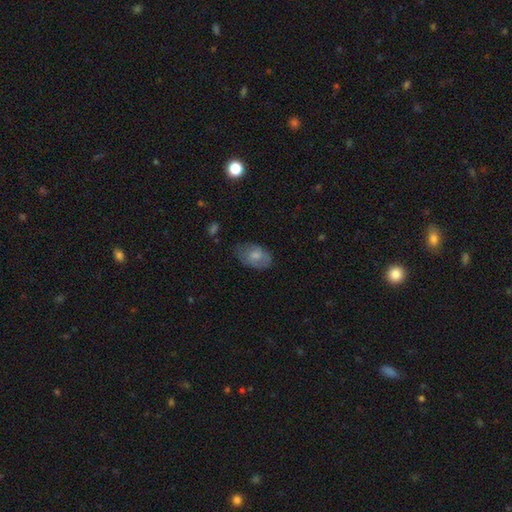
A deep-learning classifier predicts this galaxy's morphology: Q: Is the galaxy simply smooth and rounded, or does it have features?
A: smooth — 67%.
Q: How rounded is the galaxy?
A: in between — 89%.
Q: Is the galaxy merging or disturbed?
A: none — 60%.